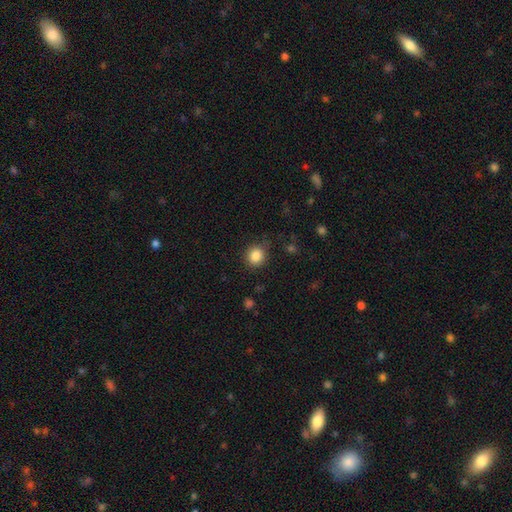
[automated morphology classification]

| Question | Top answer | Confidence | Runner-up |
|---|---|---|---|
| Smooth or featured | smooth | 85% | star or artifact (10%) |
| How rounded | round | 83% | in between (16%) |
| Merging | none | 82% | minor disturbance (13%) |